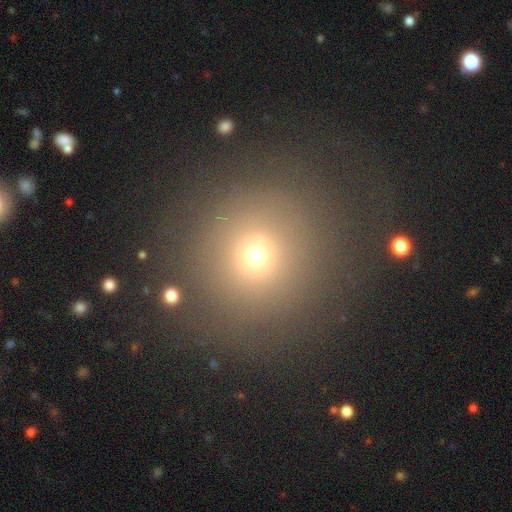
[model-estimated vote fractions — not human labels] A smooth galaxy with no disk features (65%) that is round (93%).

Vote fractions:
- Smooth or featured? smooth: 65% / star or artifact: 24% / featured or disk: 11%
- How rounded? round: 93% / in between: 6% / cigar-shaped: 1%
- Merging? none: 81% / minor disturbance: 10% / major disturbance: 7% / merger: 3%